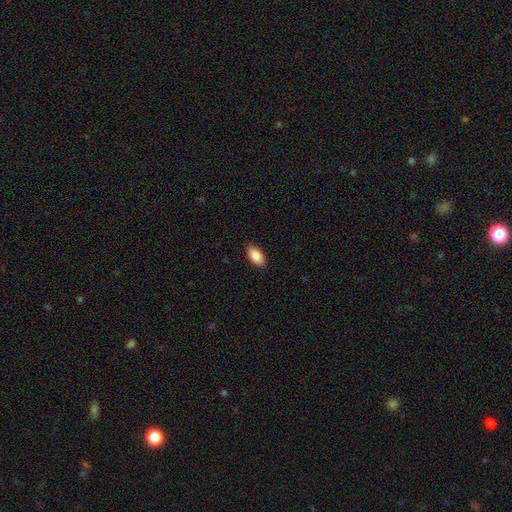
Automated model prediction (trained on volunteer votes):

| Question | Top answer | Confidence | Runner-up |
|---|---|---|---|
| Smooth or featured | smooth | 88% | star or artifact (7%) |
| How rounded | in between | 94% | cigar-shaped (3%) |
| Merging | none | 90% | minor disturbance (8%) |